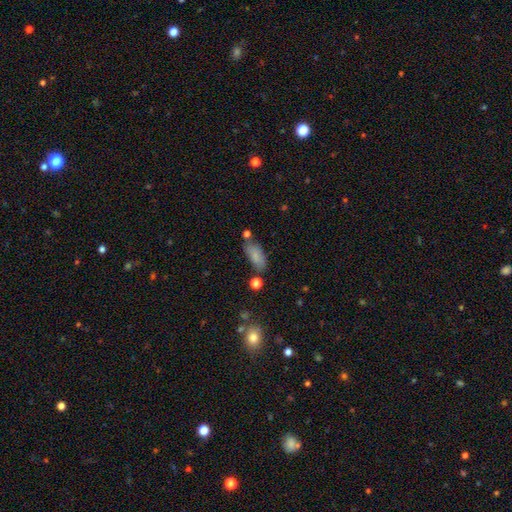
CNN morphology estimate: Smooth or featured?
  - smooth: 81% *
  - featured or disk: 11%
  - star or artifact: 8%
How rounded?
  - in between: 84% *
  - cigar-shaped: 13%
  - round: 3%
Merging?
  - none: 64% *
  - minor disturbance: 20%
  - merger: 10%
  - major disturbance: 6%